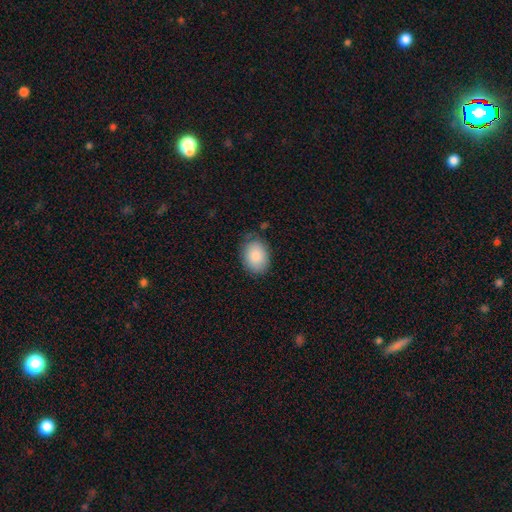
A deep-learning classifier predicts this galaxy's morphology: The model was most divided on "how rounded": in between: 70%, round: 29%, cigar-shaped: 1%. More confident: smooth or featured — smooth (86%); merging — none (76%).